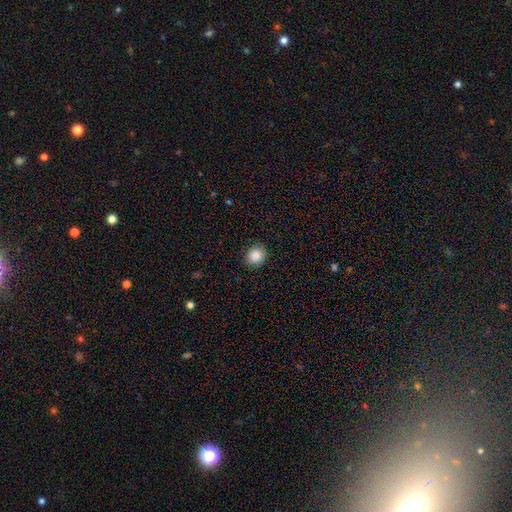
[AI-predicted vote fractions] A smooth galaxy with no disk features (87%) that is round (78%).

Vote fractions:
- Smooth or featured? smooth: 87% / star or artifact: 9% / featured or disk: 4%
- How rounded? round: 78% / in between: 21% / cigar-shaped: 1%
- Merging? none: 89% / minor disturbance: 8% / major disturbance: 2% / merger: 1%